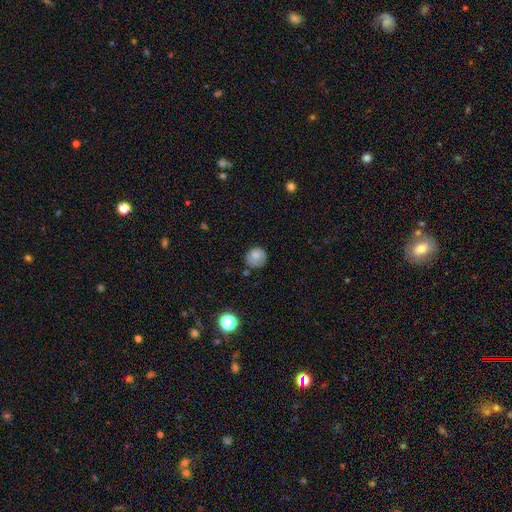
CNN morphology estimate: Smooth or featured: smooth — 73% (featured or disk — 18%)
How rounded: round — 86% (in between — 13%)
Merging: none — 73% (minor disturbance — 20%)